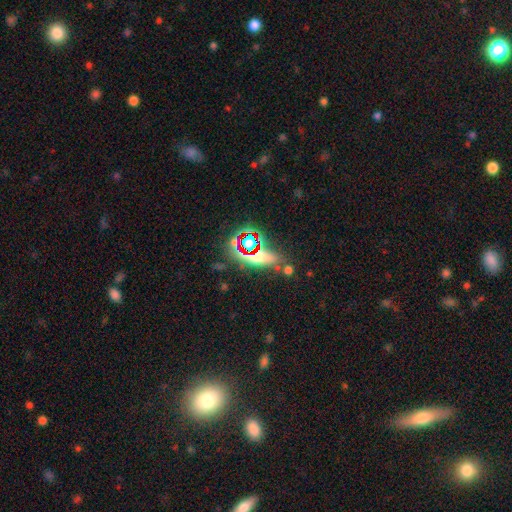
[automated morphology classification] This appears to be a star or artifact, not a galaxy (45%).